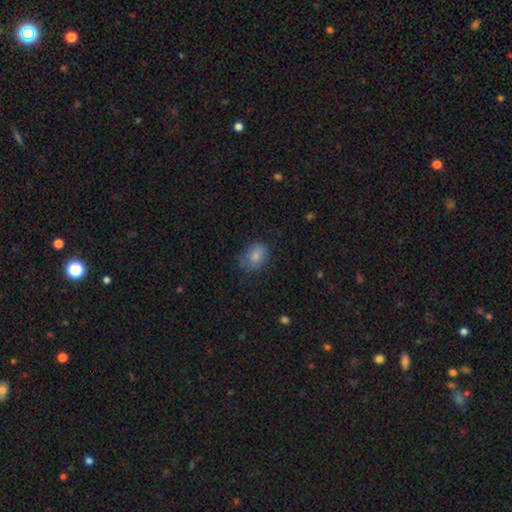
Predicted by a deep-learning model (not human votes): Smooth or featured: smooth — 81% (featured or disk — 10%)
How rounded: in between — 60% (round — 39%)
Merging: none — 63% (minor disturbance — 26%)